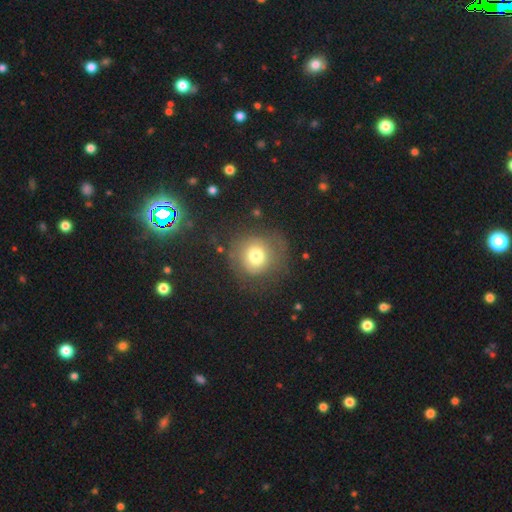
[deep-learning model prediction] Smooth or featured?
  - smooth: 71% *
  - featured or disk: 17%
  - star or artifact: 12%
How rounded?
  - round: 90% *
  - in between: 9%
  - cigar-shaped: 1%
Merging?
  - none: 67% *
  - minor disturbance: 17%
  - major disturbance: 14%
  - merger: 2%